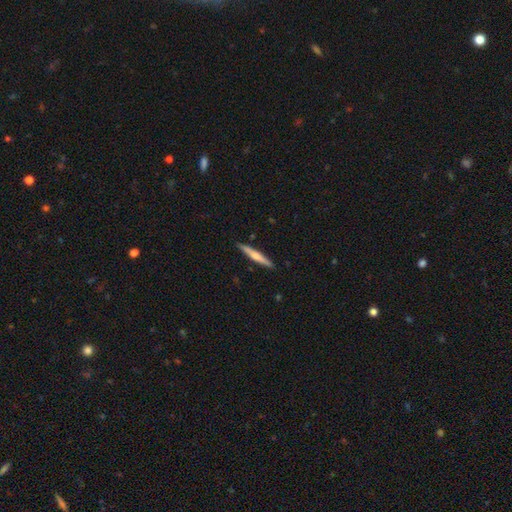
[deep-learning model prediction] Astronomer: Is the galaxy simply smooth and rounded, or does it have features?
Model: smooth — 49% (runner-up: featured or disk, 46%).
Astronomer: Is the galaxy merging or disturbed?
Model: none — 90%.